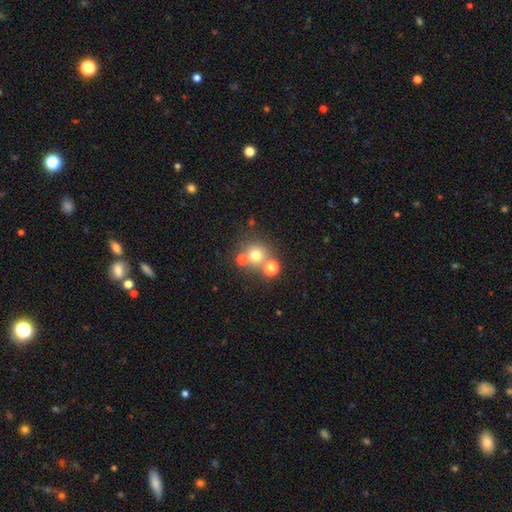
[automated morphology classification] smooth-or-featured: smooth: 67% | star or artifact: 20% | featured or disk: 13%
  how-rounded: round: 90% | in between: 9% | cigar-shaped: 1%
  merging: none: 63% | merger: 25% | minor disturbance: 8% | major disturbance: 4%